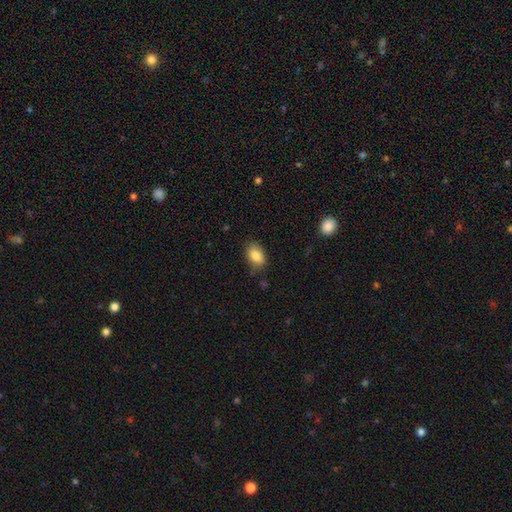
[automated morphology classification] smooth_or_featured: smooth (p=0.85) [alt: star or artifact p=0.08]
how_rounded: in between (p=0.87) [alt: round p=0.12]
merging: none (p=0.79) [alt: minor disturbance p=0.16]